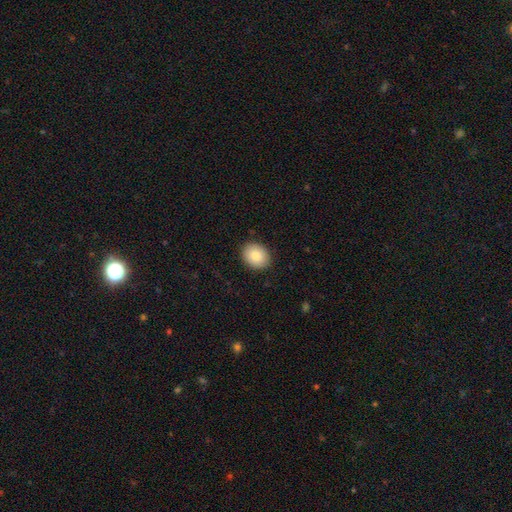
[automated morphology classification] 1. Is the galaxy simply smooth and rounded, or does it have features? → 86% smooth, 7% star or artifact, 7% featured or disk.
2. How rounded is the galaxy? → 50% in between, 49% round, 1% cigar-shaped.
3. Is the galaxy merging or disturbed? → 89% none, 8% minor disturbance, 2% major disturbance, 1% merger.